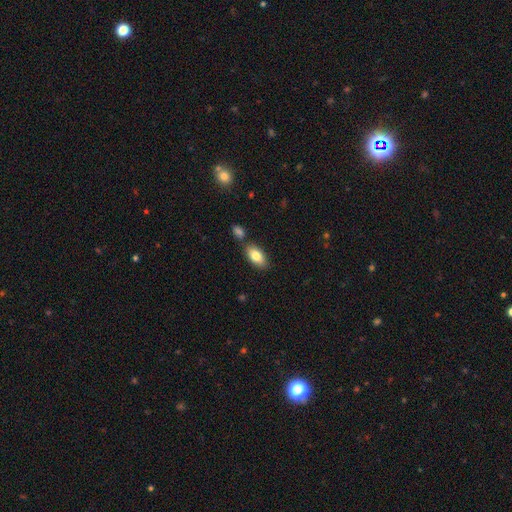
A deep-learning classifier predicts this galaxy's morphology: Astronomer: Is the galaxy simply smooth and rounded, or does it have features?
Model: smooth — 80%.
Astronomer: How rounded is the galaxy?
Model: in between — 91%.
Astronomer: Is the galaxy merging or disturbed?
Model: none — 74%.